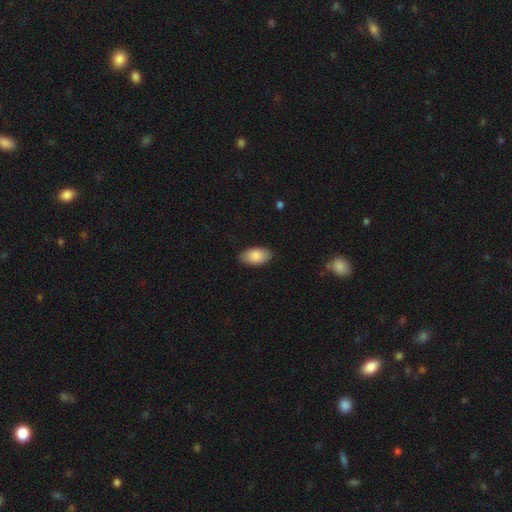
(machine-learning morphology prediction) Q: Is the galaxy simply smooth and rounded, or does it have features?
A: smooth — 87%.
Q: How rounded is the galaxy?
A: in between — 95%.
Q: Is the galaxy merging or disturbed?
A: none — 85%.